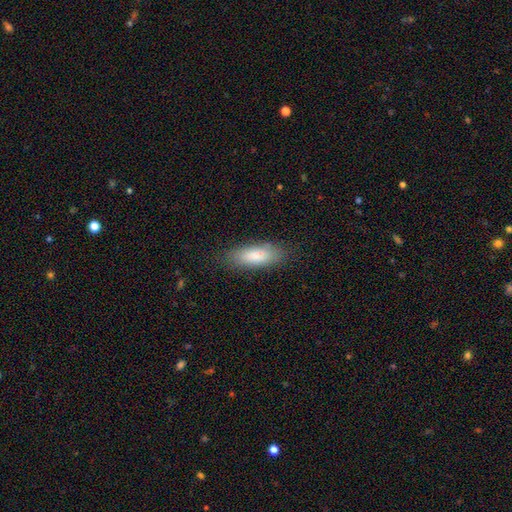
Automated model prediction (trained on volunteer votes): The model was most divided on "how rounded": in between: 69%, cigar-shaped: 29%, round: 2%. More confident: smooth or featured — smooth (83%); merging — none (82%).